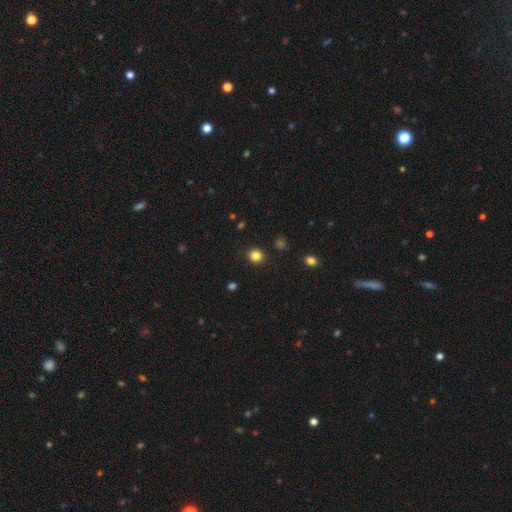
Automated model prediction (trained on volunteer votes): A smooth galaxy with no disk features (83%) that is round (88%).

Vote fractions:
- Smooth or featured? smooth: 83% / star or artifact: 13% / featured or disk: 4%
- How rounded? round: 88% / in between: 11% / cigar-shaped: 1%
- Merging? none: 90% / minor disturbance: 6% / major disturbance: 2% / merger: 2%